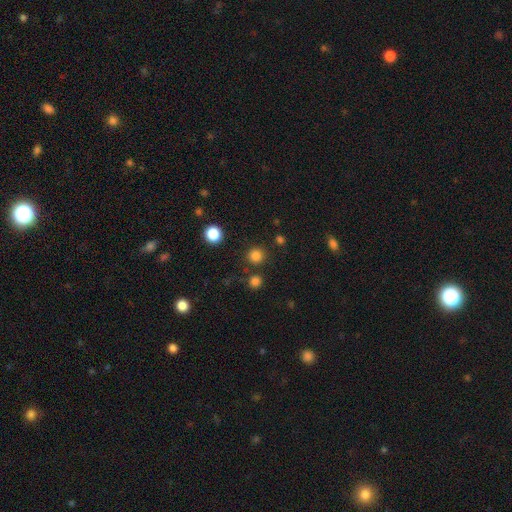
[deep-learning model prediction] Overall: smooth (81%). How rounded: round (93%). Merging: none (86%).